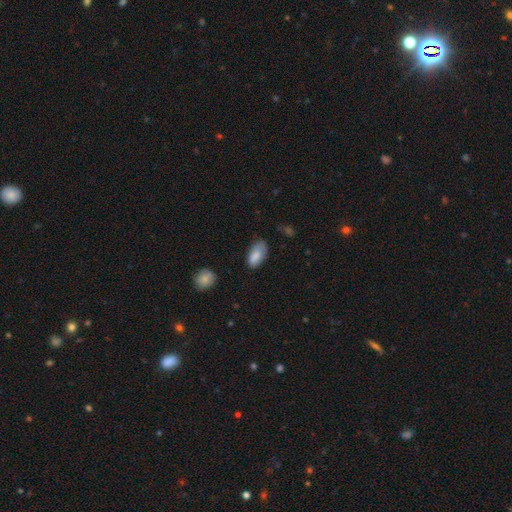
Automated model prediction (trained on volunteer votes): smooth_or_featured: smooth (p=0.84) [alt: featured or disk p=0.09]
how_rounded: in between (p=0.93) [alt: cigar-shaped p=0.05]
merging: none (p=0.60) [alt: minor disturbance p=0.30]